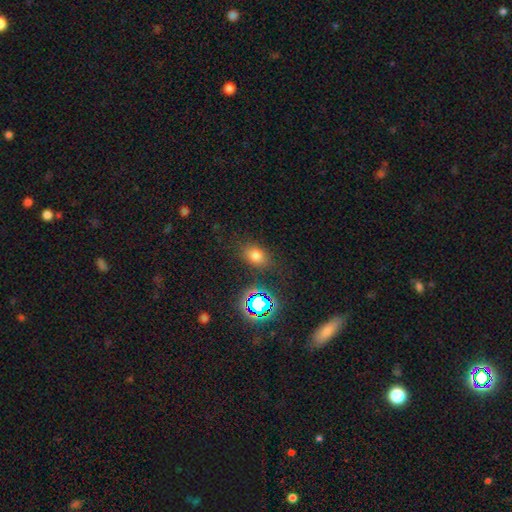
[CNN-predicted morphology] Smooth or featured?
  - smooth: 71% *
  - star or artifact: 21%
  - featured or disk: 8%
How rounded?
  - in between: 73% *
  - round: 25%
  - cigar-shaped: 2%
Merging?
  - none: 79% *
  - minor disturbance: 13%
  - major disturbance: 5%
  - merger: 3%